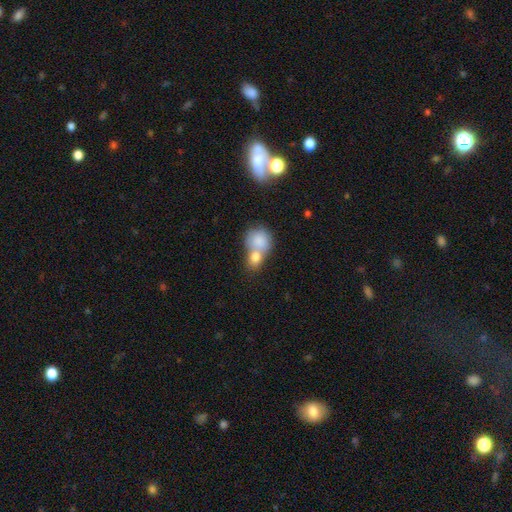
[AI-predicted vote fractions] This is likely a smooth galaxy (68%). How rounded: likely round (66%). Merging: possibly merger (55%).